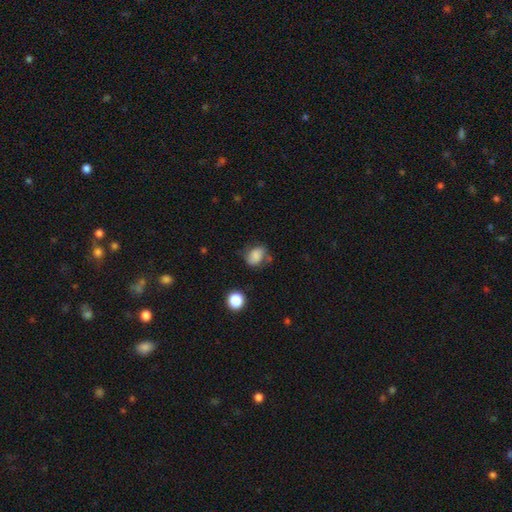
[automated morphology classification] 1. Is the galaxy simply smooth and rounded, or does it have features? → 75% smooth, 14% featured or disk, 10% star or artifact.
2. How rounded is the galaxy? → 66% in between, 32% round, 1% cigar-shaped.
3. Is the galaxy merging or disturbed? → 53% none, 28% minor disturbance, 13% major disturbance, 6% merger.